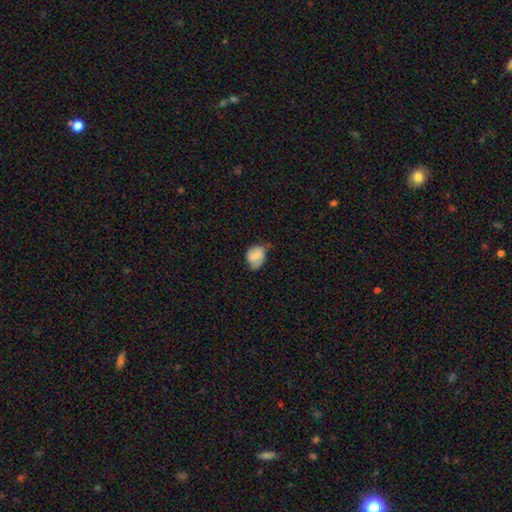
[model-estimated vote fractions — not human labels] Smooth or featured: smooth — 72% (featured or disk — 20%)
How rounded: in between — 53% (round — 46%)
Merging: none — 47% (minor disturbance — 40%)